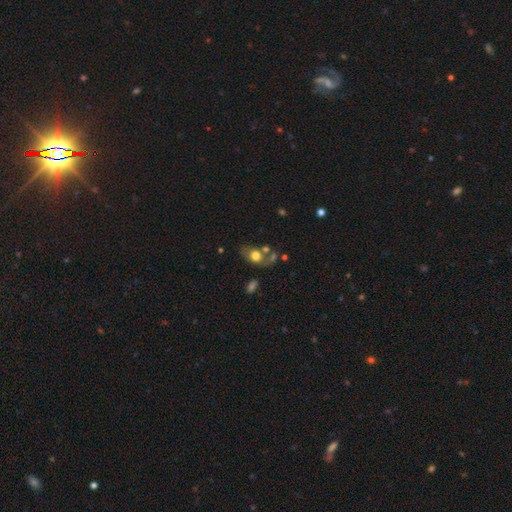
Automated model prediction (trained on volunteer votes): Q: Smooth or featured?
A: smooth (64%); runner-up: featured or disk (26%)
Q: How rounded?
A: in between (69%); runner-up: round (29%)
Q: Merging?
A: none (45%); runner-up: merger (23%)